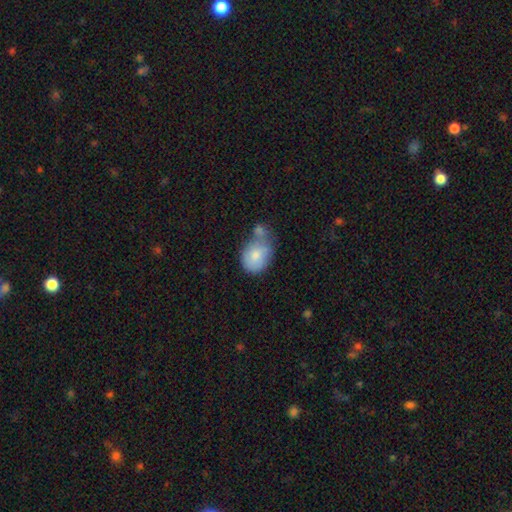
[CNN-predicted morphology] Smooth or featured: smooth — 76% (featured or disk — 17%)
How rounded: in between — 53% (round — 46%)
Merging: merger — 39% (none — 27%)